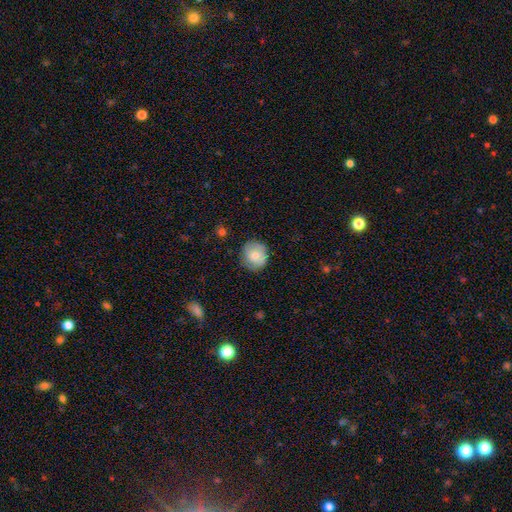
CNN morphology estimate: smooth-or-featured: smooth: 77% | featured or disk: 16% | star or artifact: 7%
  how-rounded: round: 86% | in between: 13% | cigar-shaped: 1%
  merging: none: 81% | minor disturbance: 15% | major disturbance: 3% | merger: 1%